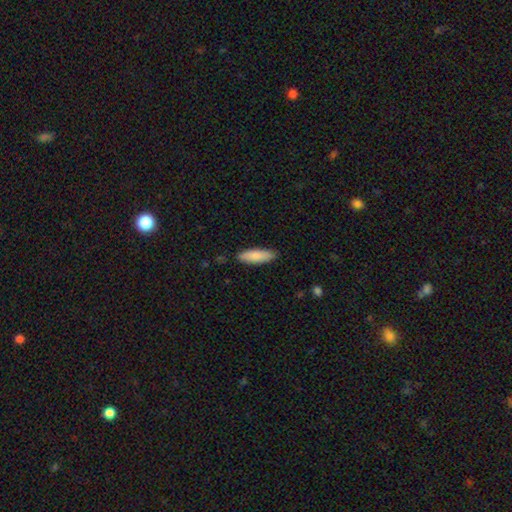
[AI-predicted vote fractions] Smooth or featured?
  - smooth: 86% *
  - featured or disk: 9%
  - star or artifact: 5%
How rounded?
  - in between: 50% *
  - cigar-shaped: 49%
  - round: 2%
Merging?
  - none: 87% *
  - minor disturbance: 10%
  - major disturbance: 2%
  - merger: 1%